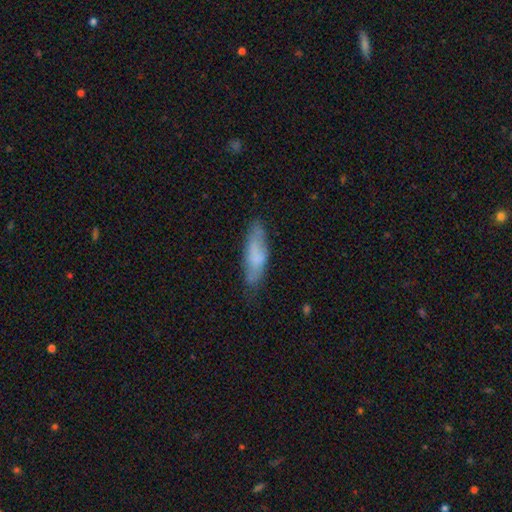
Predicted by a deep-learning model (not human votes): smooth_or_featured: smooth (p=0.68) [alt: featured or disk p=0.25]
how_rounded: cigar-shaped (p=0.56) [alt: in between p=0.42]
merging: none (p=0.64) [alt: minor disturbance p=0.26]